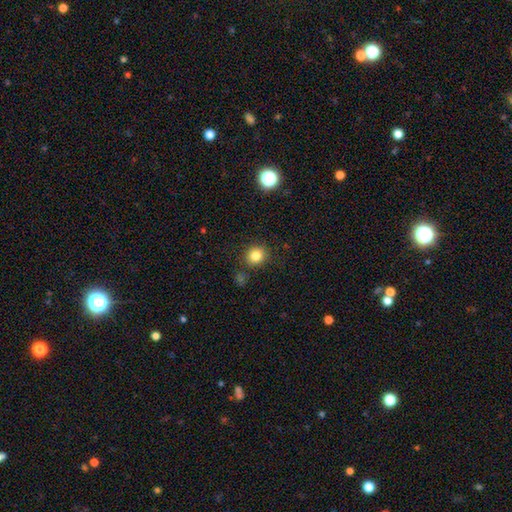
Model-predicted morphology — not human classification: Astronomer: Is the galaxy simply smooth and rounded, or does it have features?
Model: smooth — 83%.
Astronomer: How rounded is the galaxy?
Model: round — 83%.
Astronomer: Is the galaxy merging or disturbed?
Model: none — 86%.